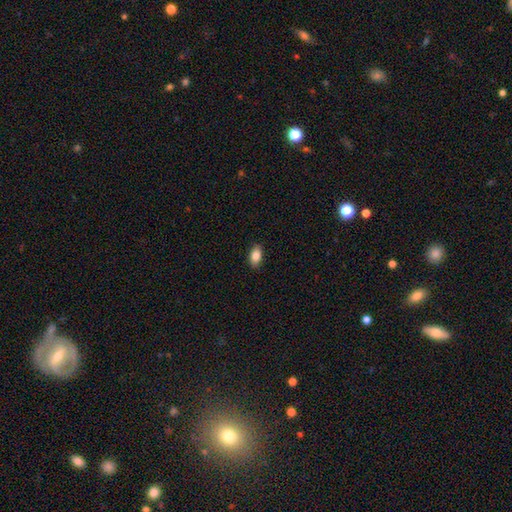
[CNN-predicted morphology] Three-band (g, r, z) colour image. It shows a smooth galaxy with no disk features (86%) that is in between round and cigar-shaped (91%). Merging: none (89%).